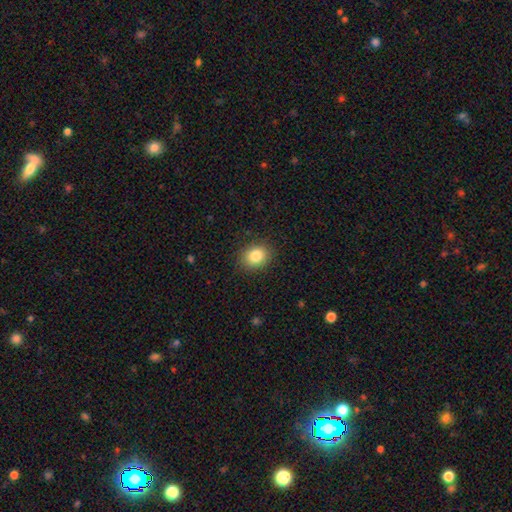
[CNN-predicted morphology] smooth-or-featured: smooth: 84% | star or artifact: 10% | featured or disk: 6%
  how-rounded: round: 54% | in between: 46% | cigar-shaped: 1%
  merging: none: 88% | minor disturbance: 9% | major disturbance: 3% | merger: 1%